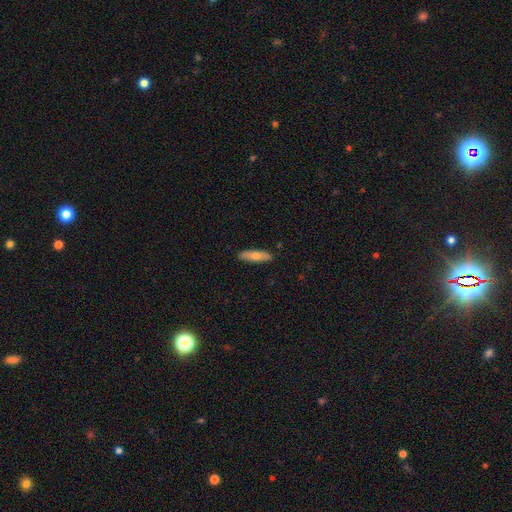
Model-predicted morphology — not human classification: This is likely a smooth galaxy (69%). How rounded: likely cigar-shaped (64%). Merging: clearly none (87%).